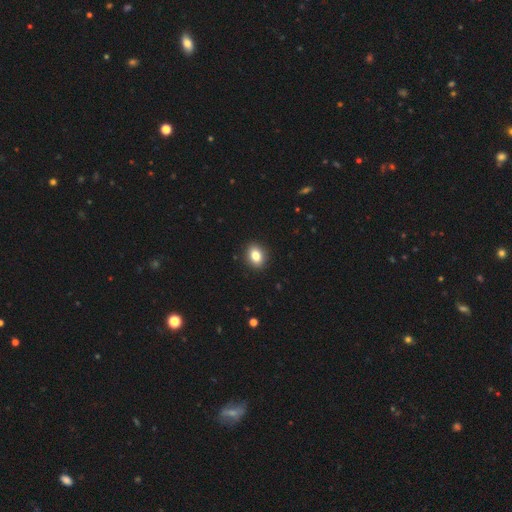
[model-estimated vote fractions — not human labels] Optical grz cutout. It shows a smooth galaxy with no disk features (83%) that is in between round and cigar-shaped (64%). Merging: none (91%).